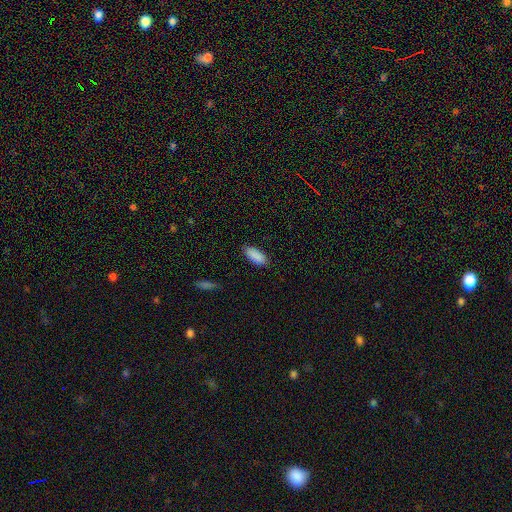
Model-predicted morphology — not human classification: smooth 90%, star or artifact 7%, featured or disk 3%. Down the decision tree: how rounded — in between (84%); merging — none (85%).